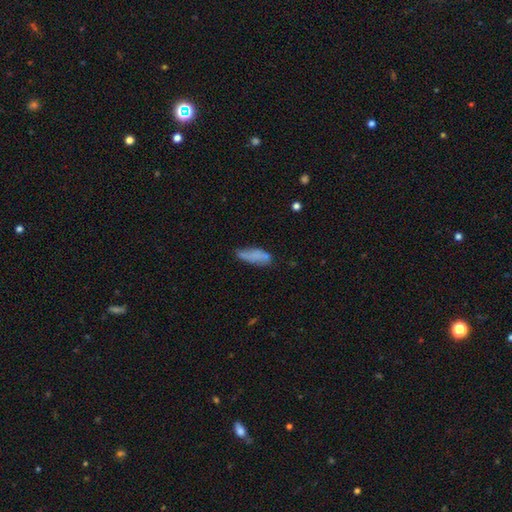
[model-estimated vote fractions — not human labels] The model was most divided on "merging": none: 50%, minor disturbance: 30%, major disturbance: 13%, merger: 7%. More confident: smooth or featured — smooth (68%); how rounded — in between (61%).